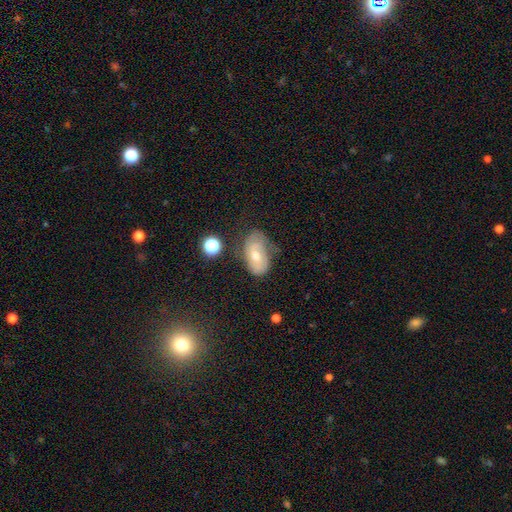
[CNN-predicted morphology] Smooth or featured? featured or disk (57%)
Edge-on disk? no (94%)
Bar? no (65%)
Spiral arms? yes (79%)
Bulge size? moderate (59%)
Merging? none (54%)